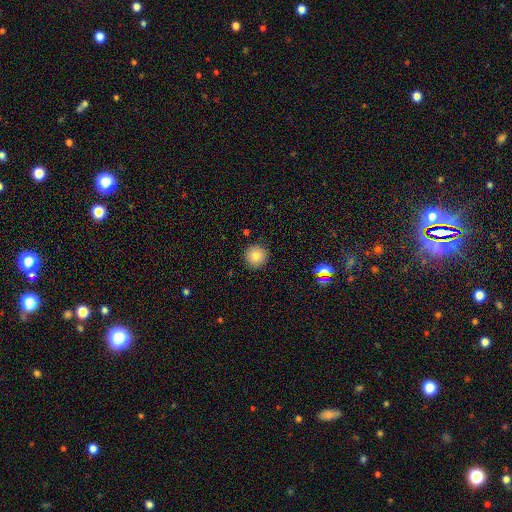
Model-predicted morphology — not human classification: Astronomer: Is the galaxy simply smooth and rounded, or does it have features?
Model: smooth — 83%.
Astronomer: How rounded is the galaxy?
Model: round — 95%.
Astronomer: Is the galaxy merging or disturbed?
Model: none — 91%.